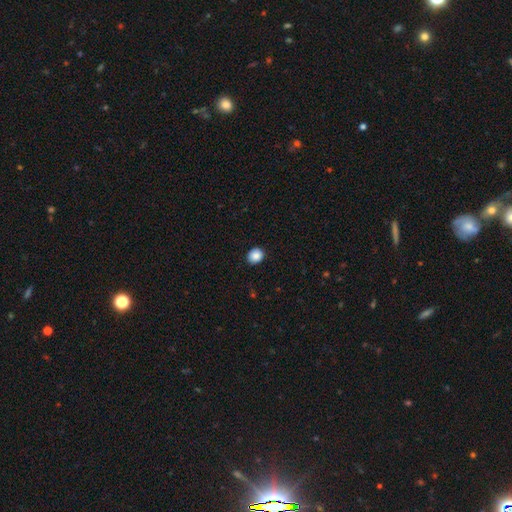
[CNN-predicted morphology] Overall: smooth (88%). How rounded: round (74%). Merging: none (91%).